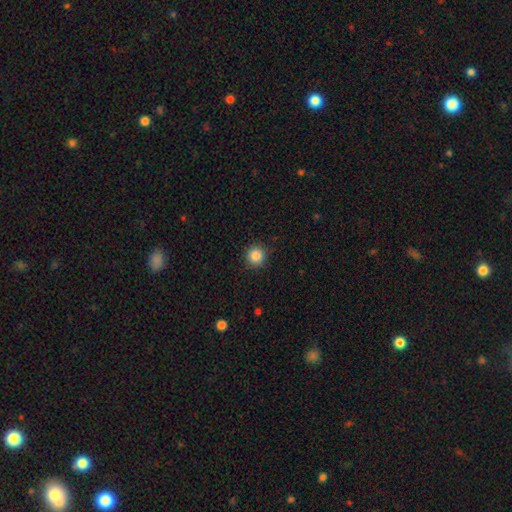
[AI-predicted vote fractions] A smooth galaxy with no disk features (86%) that is round (94%). Merging: none (91%).